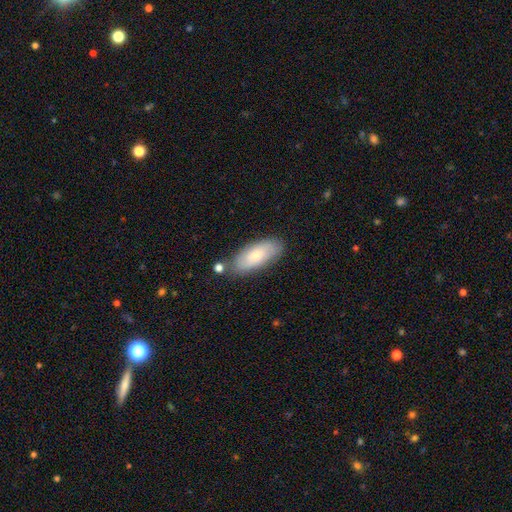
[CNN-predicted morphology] A smooth galaxy with no disk features (70%) that is in between round and cigar-shaped (83%).

Vote fractions:
- Smooth or featured? smooth: 70% / featured or disk: 24% / star or artifact: 6%
- How rounded? in between: 83% / cigar-shaped: 15% / round: 2%
- Merging? none: 73% / minor disturbance: 17% / merger: 6% / major disturbance: 4%